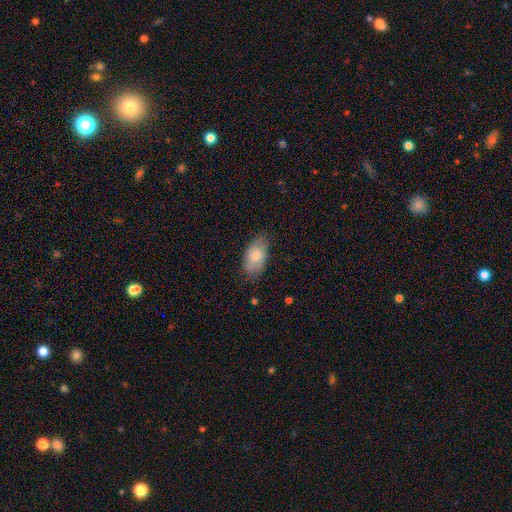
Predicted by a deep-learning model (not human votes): Q: Smooth or featured?
A: smooth (71%); runner-up: featured or disk (22%)
Q: How rounded?
A: in between (92%); runner-up: round (6%)
Q: Merging?
A: none (74%); runner-up: minor disturbance (21%)